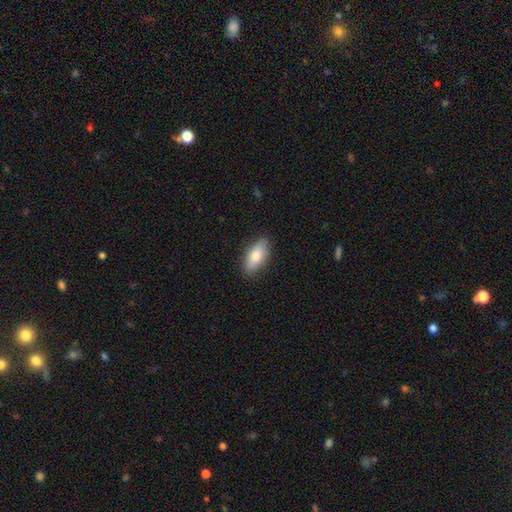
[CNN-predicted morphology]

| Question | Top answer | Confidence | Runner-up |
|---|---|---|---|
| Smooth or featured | smooth | 76% | featured or disk (18%) |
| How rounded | in between | 84% | cigar-shaped (13%) |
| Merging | none | 86% | minor disturbance (10%) |